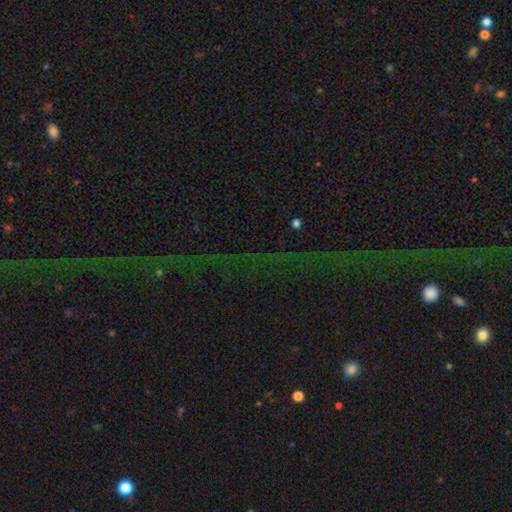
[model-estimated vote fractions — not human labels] smooth_or_featured: star or artifact (p=0.76) [alt: featured or disk p=0.14]